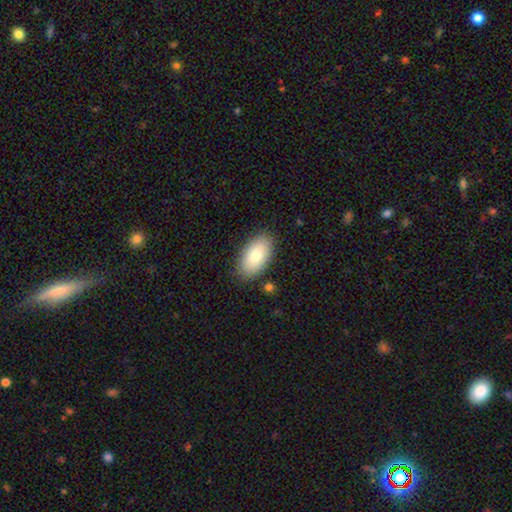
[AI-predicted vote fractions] This appears to be a smooth galaxy with no disk features (80%) that is in between round and cigar-shaped (95%). Merging: none (86%).